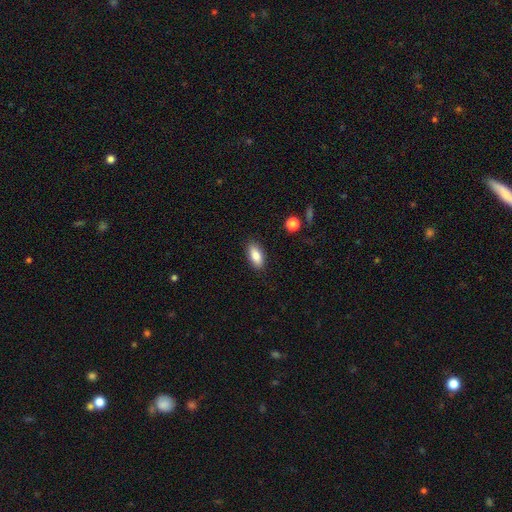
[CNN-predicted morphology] smooth-or-featured: smooth: 83% | featured or disk: 10% | star or artifact: 7%
  how-rounded: in between: 82% | cigar-shaped: 15% | round: 3%
  merging: none: 87% | minor disturbance: 10% | major disturbance: 2% | merger: 1%